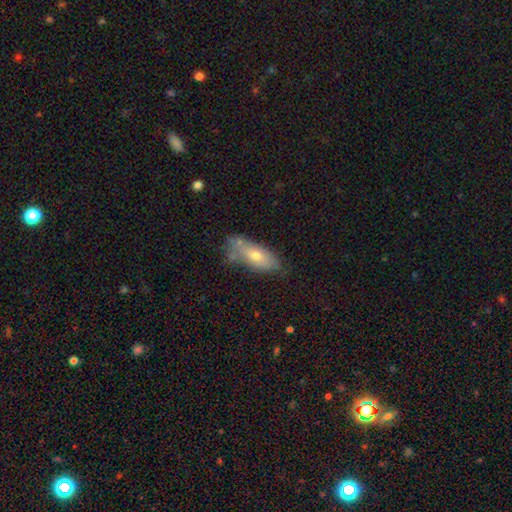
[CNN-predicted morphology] Smooth or featured? Predicted: smooth (p=0.66). How rounded? Predicted: in between (p=0.77). Merging? Predicted: none (p=0.53).